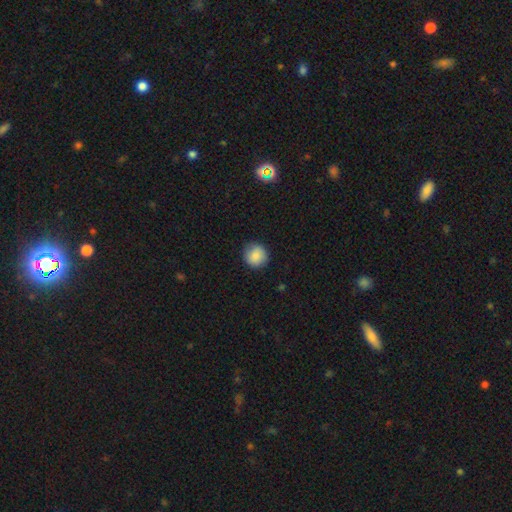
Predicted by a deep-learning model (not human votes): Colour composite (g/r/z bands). It shows a smooth galaxy with no disk features (87%) that is round (92%). Merging: none (86%).